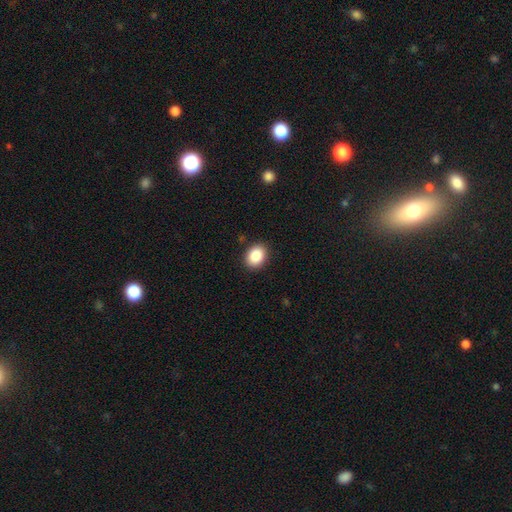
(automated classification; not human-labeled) Smooth or featured? smooth (88%)
How rounded? in between (61%)
Merging? none (89%)